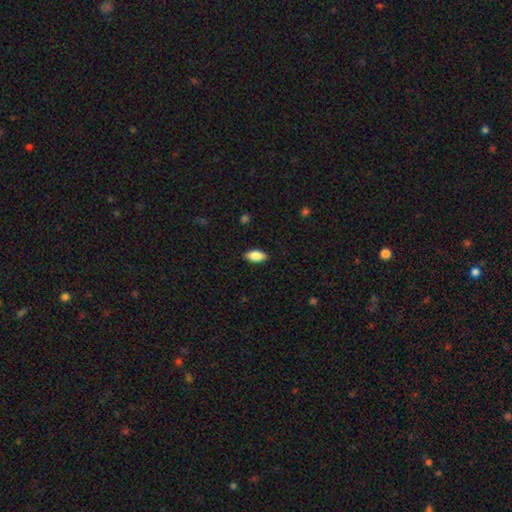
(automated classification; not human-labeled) Q: Smooth or featured?
A: smooth (84%); runner-up: featured or disk (9%)
Q: How rounded?
A: in between (90%); runner-up: cigar-shaped (8%)
Q: Merging?
A: none (88%); runner-up: minor disturbance (9%)